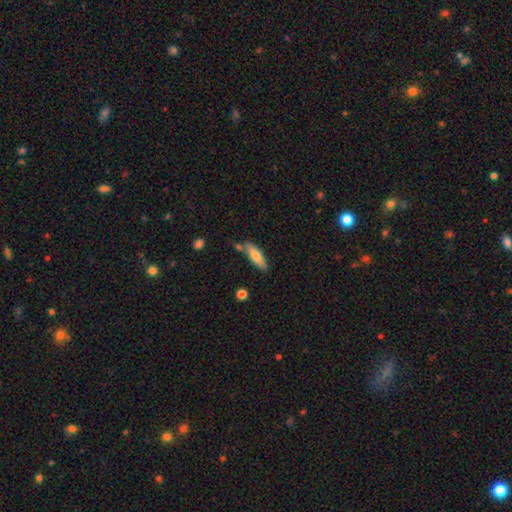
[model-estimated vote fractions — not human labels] This appears to be a smooth galaxy with no disk features (74%) that is cigar-shaped (52%). Merging: none (71%).